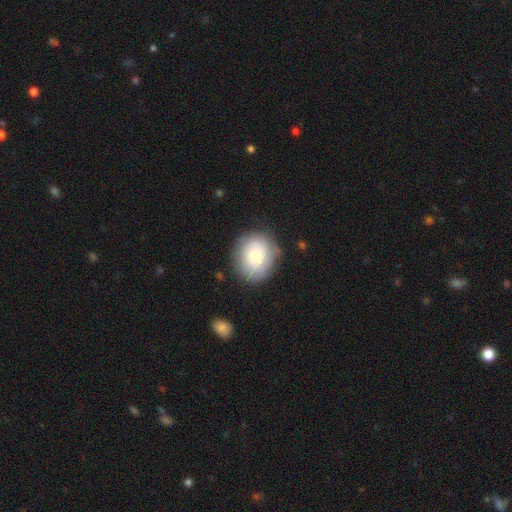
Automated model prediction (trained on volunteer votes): Smooth or featured? smooth (74%)
How rounded? round (76%)
Merging? none (77%)